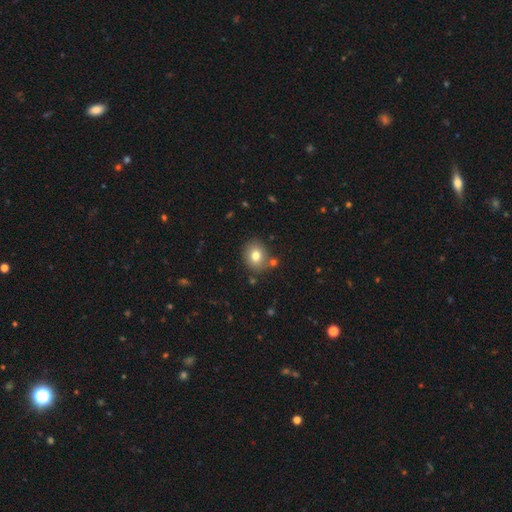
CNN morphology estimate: The model was most divided on "how rounded": round: 64%, in between: 35%, cigar-shaped: 1%. More confident: smooth or featured — smooth (77%); merging — none (77%).